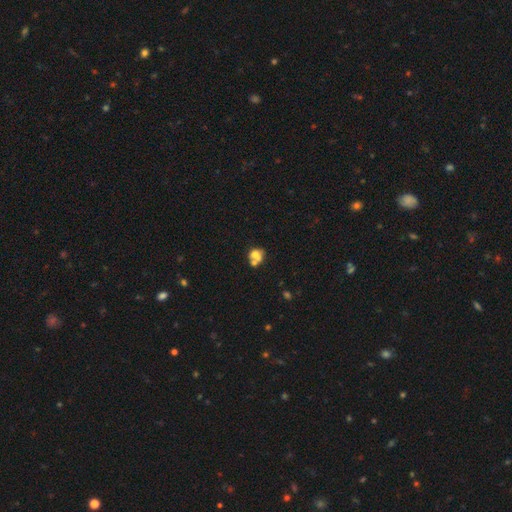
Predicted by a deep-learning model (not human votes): smooth-or-featured: smooth: 62% | featured or disk: 24% | star or artifact: 14%
  how-rounded: round: 60% | in between: 39% | cigar-shaped: 1%
  merging: merger: 52% | none: 31% | minor disturbance: 10% | major disturbance: 7%